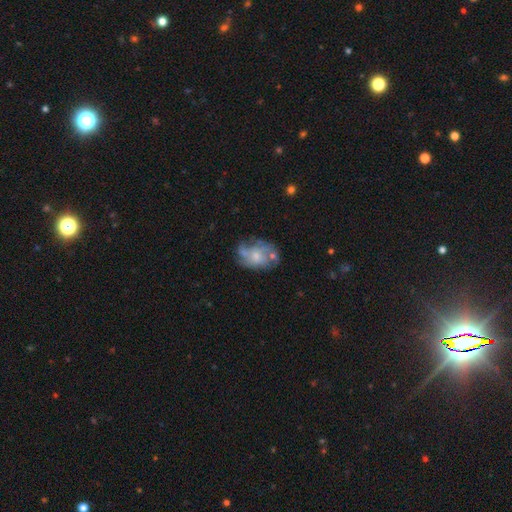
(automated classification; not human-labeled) A featured or disk galaxy (57%) with no bar (78%), no spiral arms (52%) and a small central bulge (46%).

Vote fractions:
- Smooth or featured? featured or disk: 57% / smooth: 34% / star or artifact: 9%
- Edge-on disk? no: 97% / yes: 3%
- Bar? no: 78% / weak: 19% / strong: 3%
- Spiral arms? no: 52% / yes: 48%
- Bulge size? small: 46% / moderate: 37% / none: 13% / large: 4% / dominant: 1%
- Merging? none: 44% / minor disturbance: 25% / major disturbance: 19% / merger: 12%